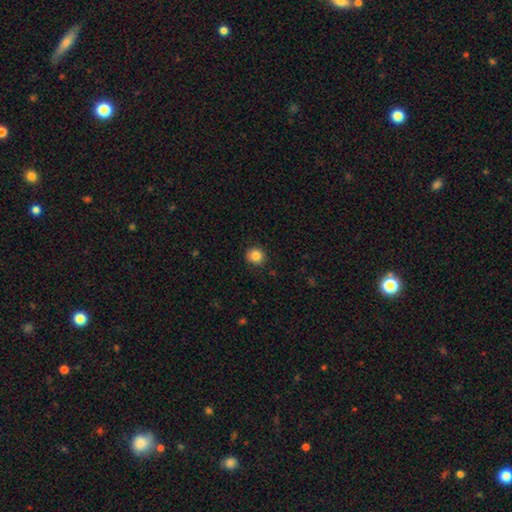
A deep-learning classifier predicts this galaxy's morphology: Smooth or featured?
  - smooth: 86% *
  - star or artifact: 10%
  - featured or disk: 4%
How rounded?
  - round: 88% *
  - in between: 12%
  - cigar-shaped: 1%
Merging?
  - none: 89% *
  - minor disturbance: 8%
  - major disturbance: 2%
  - merger: 1%